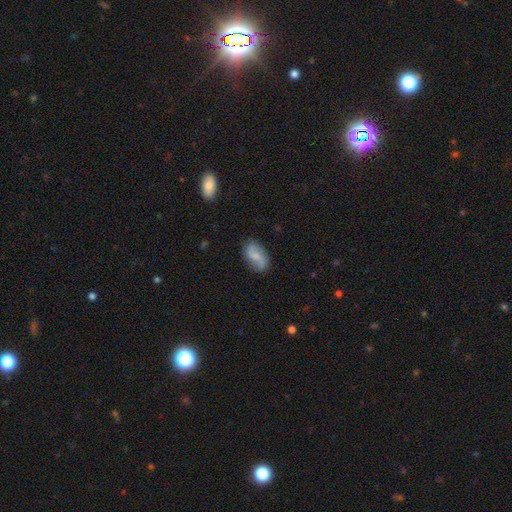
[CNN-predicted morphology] featured or disk 47%, smooth 45%, star or artifact 7%. Down the decision tree: merging — none (76%).